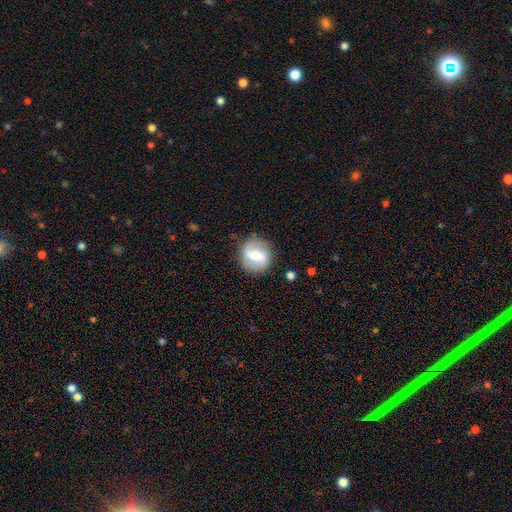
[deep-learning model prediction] This is possibly a featured or disk galaxy (53%). It is clearly not viewed edge-on (96%). Bar: possibly strong (47%). Spiral arm pattern: likely yes (70%). Central bulge: marginally moderate (45%). Merging: clearly none (80%).